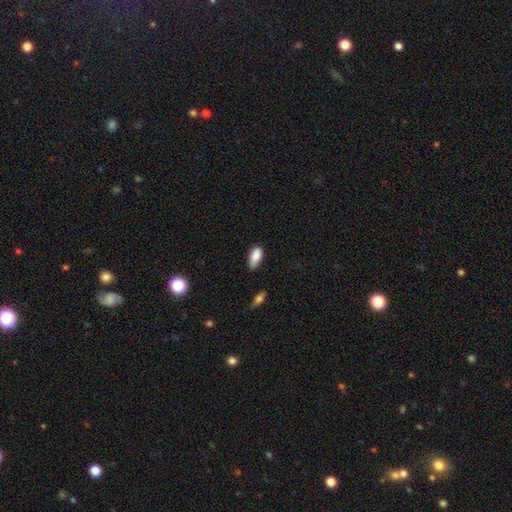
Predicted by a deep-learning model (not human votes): A smooth galaxy with no disk features (87%) that is in between round and cigar-shaped (92%).

Vote fractions:
- Smooth or featured? smooth: 87% / star or artifact: 8% / featured or disk: 5%
- How rounded? in between: 92% / cigar-shaped: 4% / round: 4%
- Merging? none: 60% / minor disturbance: 32% / major disturbance: 5% / merger: 2%